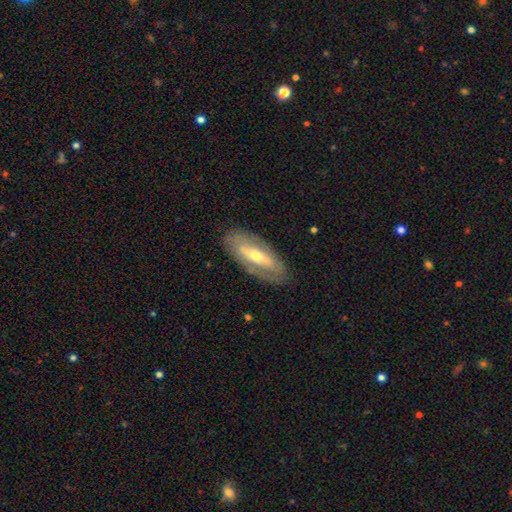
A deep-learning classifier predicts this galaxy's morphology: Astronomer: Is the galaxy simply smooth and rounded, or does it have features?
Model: featured or disk — 62%.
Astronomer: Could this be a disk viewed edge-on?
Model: no — 76%.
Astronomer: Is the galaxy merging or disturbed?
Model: none — 82%.